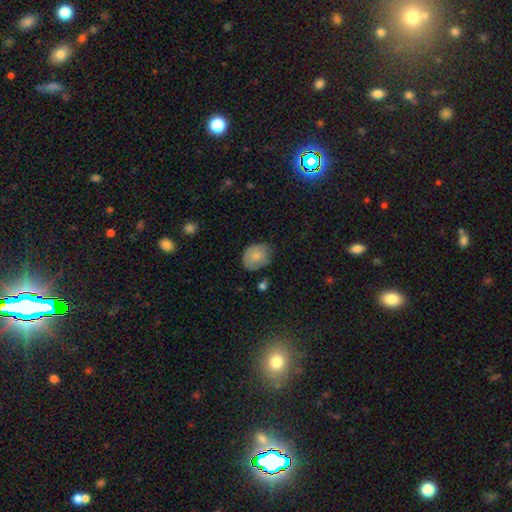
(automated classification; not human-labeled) A smooth galaxy with no disk features (78%) that is in between round and cigar-shaped (58%). Merging: none (62%).